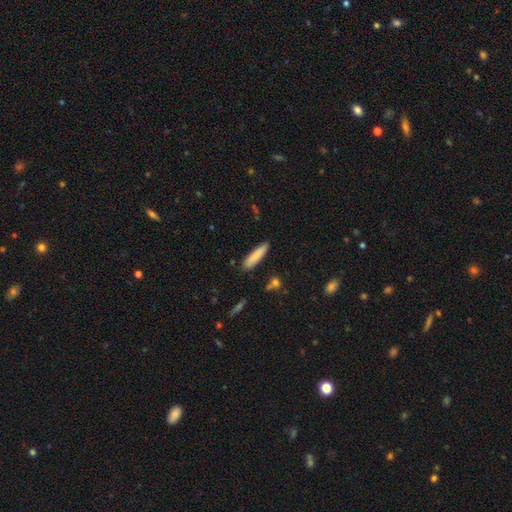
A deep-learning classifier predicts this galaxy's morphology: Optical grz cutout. It shows a smooth galaxy with no disk features (85%) that is cigar-shaped (80%). Merging: none (87%).